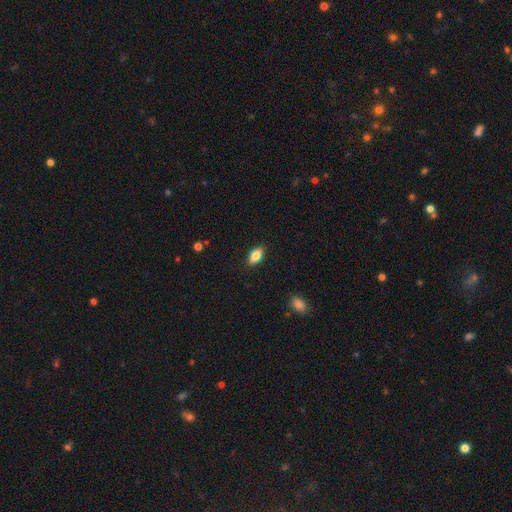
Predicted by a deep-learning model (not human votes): Morphology: type=smooth (76%); roundness=in between (86%); merging=none (88%).